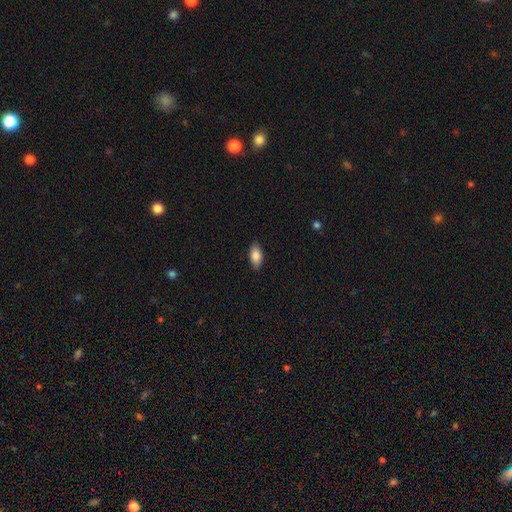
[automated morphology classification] Overall: smooth (86%). How rounded: in between (91%). Merging: none (87%).